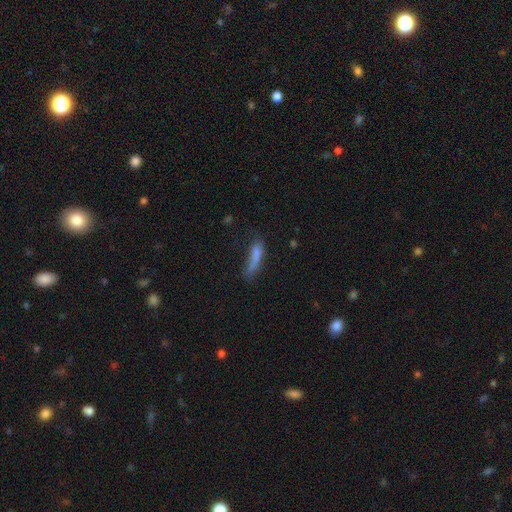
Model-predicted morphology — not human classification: smooth 73%, featured or disk 17%, star or artifact 10%. Down the decision tree: how rounded — cigar-shaped (71%); merging — none (41%).